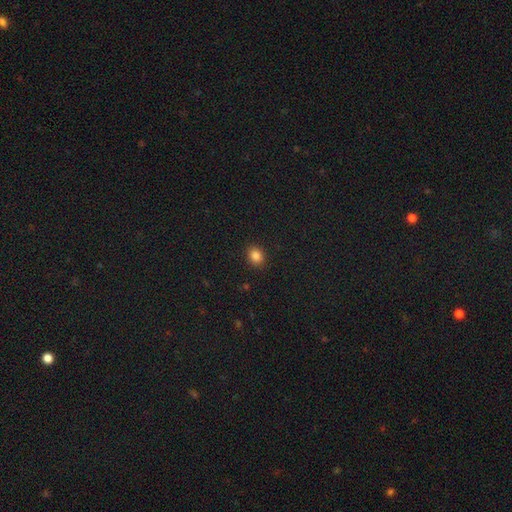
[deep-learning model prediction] A smooth galaxy with no disk features (85%) that is round (56%).

Vote fractions:
- Smooth or featured? smooth: 85% / star or artifact: 11% / featured or disk: 4%
- How rounded? round: 56% / in between: 43% / cigar-shaped: 1%
- Merging? none: 90% / minor disturbance: 7% / major disturbance: 2% / merger: 1%